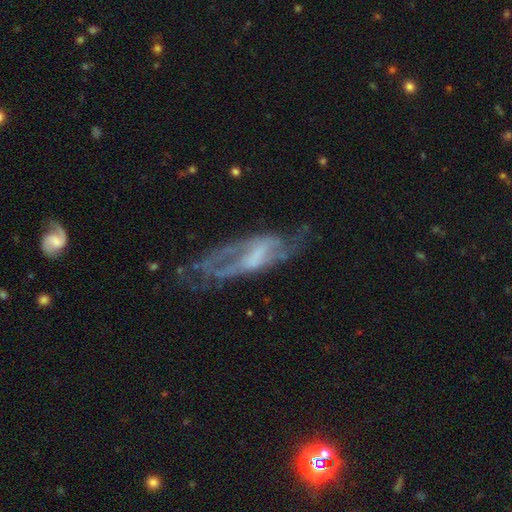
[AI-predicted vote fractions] smooth_or_featured: featured or disk (p=0.73) [alt: smooth p=0.19]
disk_edge_on: no (p=0.82) [alt: yes p=0.18]
bar: weak (p=0.37) [alt: no p=0.35]
has_spiral_arms: yes (p=0.67) [alt: no p=0.33]
bulge_size: none (p=0.42) [alt: small p=0.26]
merging: none (p=0.46) [alt: major disturbance p=0.26]